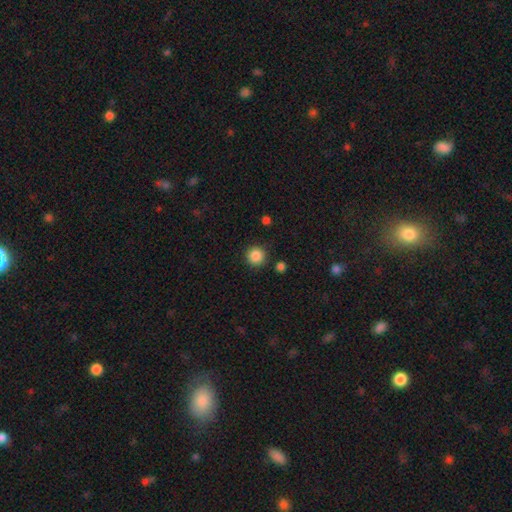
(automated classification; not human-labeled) smooth 87%, star or artifact 10%, featured or disk 3%. Down the decision tree: how rounded — round (95%); merging — none (89%).